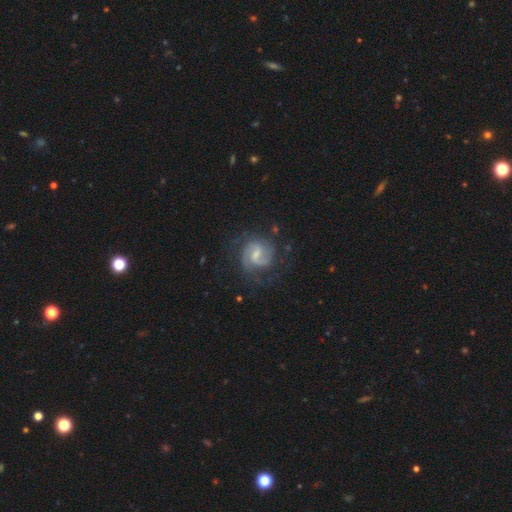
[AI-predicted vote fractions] Q: Smooth or featured?
A: featured or disk (82%); runner-up: smooth (10%)
Q: Edge-on disk?
A: no (98%); runner-up: yes (2%)
Q: Bar?
A: weak (59%); runner-up: no (23%)
Q: Spiral arms?
A: yes (96%); runner-up: no (4%)
Q: Spiral winding?
A: medium (47%); runner-up: tight (39%)
Q: Spiral arm count?
A: 2 (76%); runner-up: can't tell (11%)
Q: Bulge size?
A: small (50%); runner-up: moderate (38%)
Q: Merging?
A: none (74%); runner-up: minor disturbance (15%)